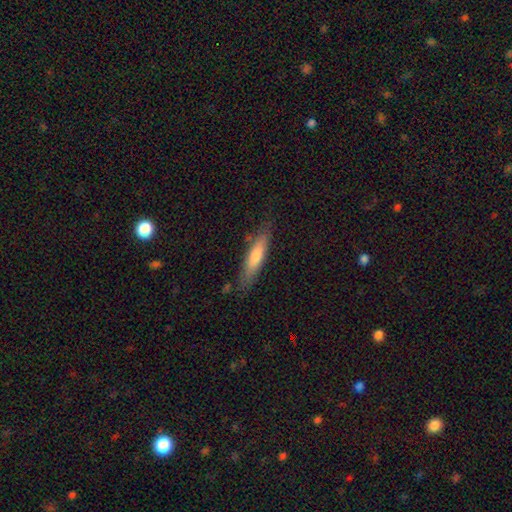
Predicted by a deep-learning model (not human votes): A smooth galaxy with no disk features (69%) that is cigar-shaped (79%).

Vote fractions:
- Smooth or featured? smooth: 69% / featured or disk: 26% / star or artifact: 6%
- How rounded? cigar-shaped: 79% / in between: 20% / round: 1%
- Merging? none: 77% / minor disturbance: 17% / major disturbance: 4% / merger: 2%